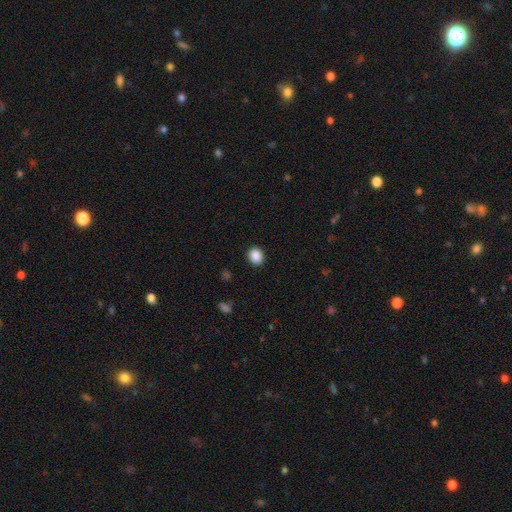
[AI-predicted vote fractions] smooth_or_featured: smooth (p=0.89) [alt: star or artifact p=0.09]
how_rounded: round (p=0.61) [alt: in between p=0.38]
merging: none (p=0.90) [alt: minor disturbance p=0.07]